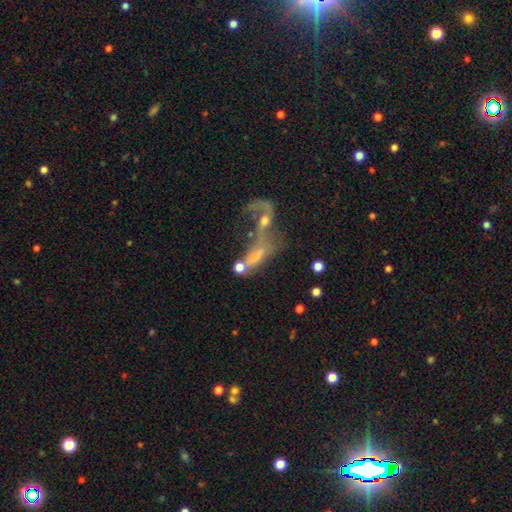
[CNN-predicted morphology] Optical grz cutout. It shows a featured or disk galaxy (46%). Merging: merger (54%).